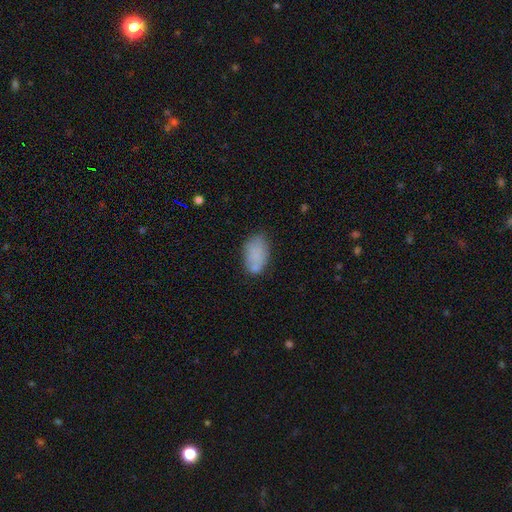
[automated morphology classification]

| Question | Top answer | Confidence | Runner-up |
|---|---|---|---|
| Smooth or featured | smooth | 79% | featured or disk (12%) |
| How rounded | in between | 91% | round (7%) |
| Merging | none | 61% | minor disturbance (22%) |